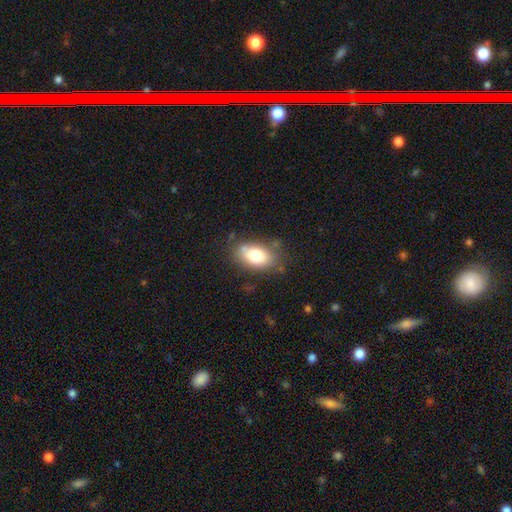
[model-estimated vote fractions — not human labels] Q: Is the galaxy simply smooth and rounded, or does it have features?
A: smooth — 78%.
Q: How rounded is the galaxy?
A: in between — 91%.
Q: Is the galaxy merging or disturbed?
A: none — 70%.